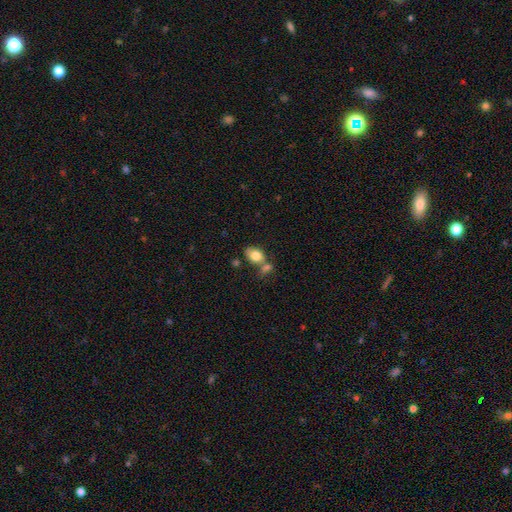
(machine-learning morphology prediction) Q: Smooth or featured?
A: smooth (80%); runner-up: featured or disk (13%)
Q: How rounded?
A: in between (80%); runner-up: round (18%)
Q: Merging?
A: none (43%); runner-up: merger (38%)